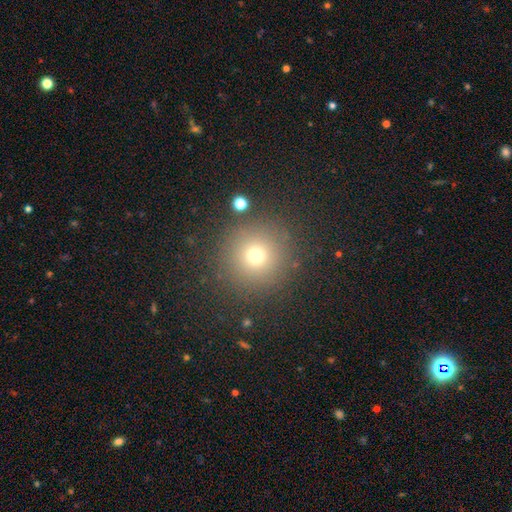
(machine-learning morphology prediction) A smooth galaxy with no disk features (71%) that is round (96%). Merging: none (88%).